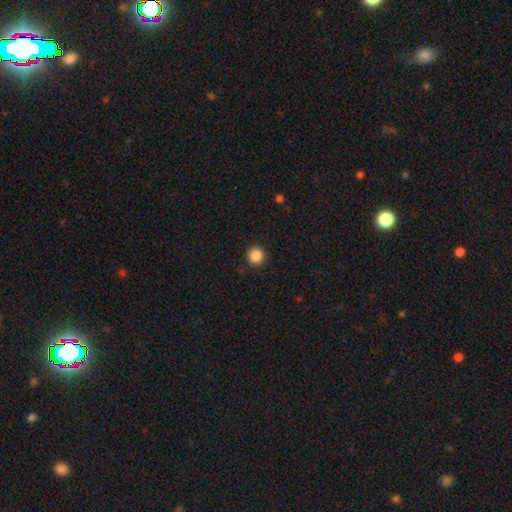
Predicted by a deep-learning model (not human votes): A smooth galaxy with no disk features (87%) that is round (93%). Merging: none (91%).